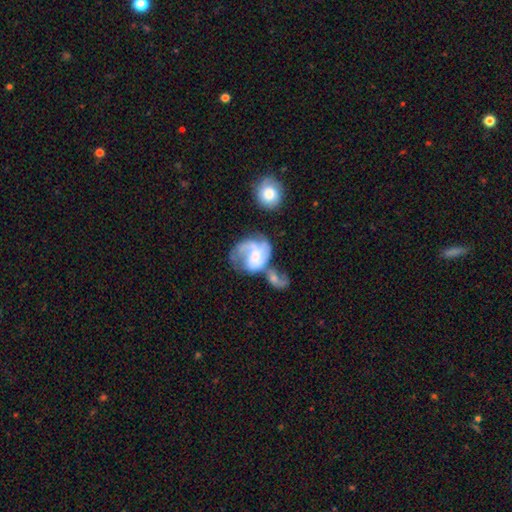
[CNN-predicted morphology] The model was most divided on "bulge size": moderate: 31%, none: 27%, small: 27%, large: 12%, dominant: 3%. Remaining: edge-on disk — no (98%); spiral arms — yes (71%); bar — no (62%); smooth or featured — featured or disk (61%); merging — merger (40%).